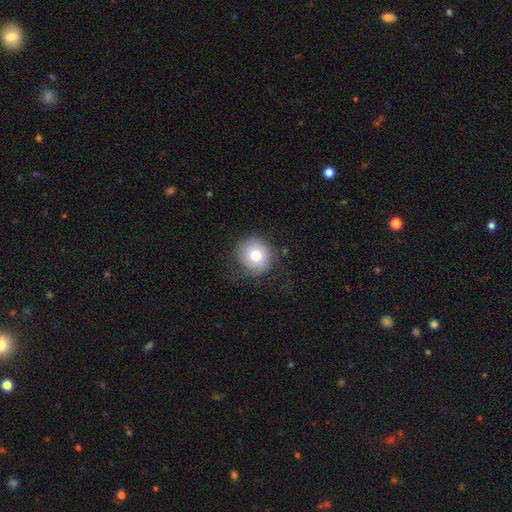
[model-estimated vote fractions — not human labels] This appears to be a smooth galaxy with no disk features (72%) that is round (89%). Merging: none (70%).